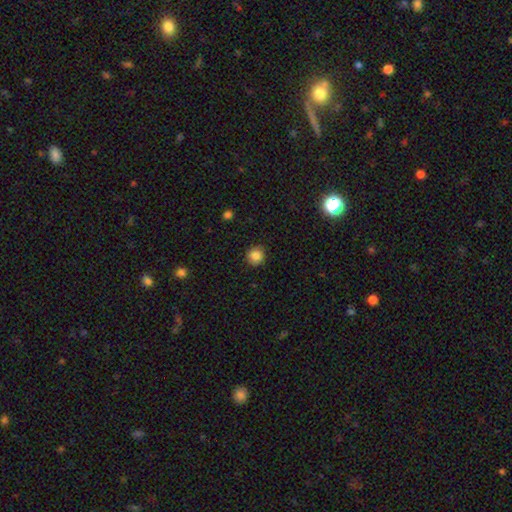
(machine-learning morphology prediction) Smooth or featured? Predicted: smooth (p=0.84). How rounded? Predicted: round (p=0.92). Merging? Predicted: none (p=0.89).